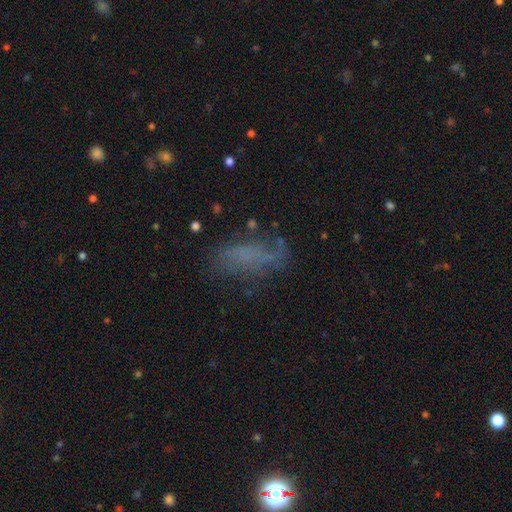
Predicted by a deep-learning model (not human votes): A smooth galaxy with no disk features (44%). Merging: none (59%).